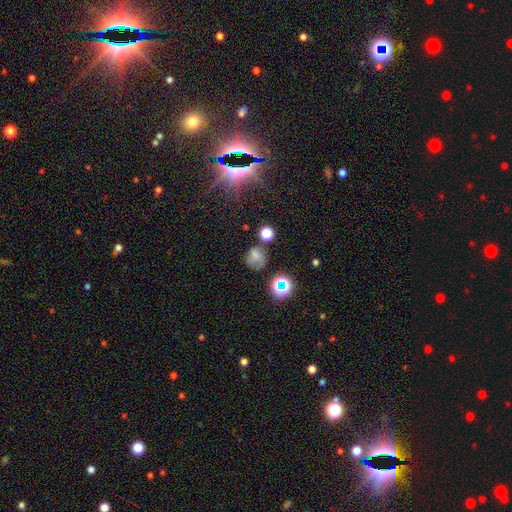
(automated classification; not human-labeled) A smooth galaxy with no disk features (54%) that is round (75%).

Vote fractions:
- Smooth or featured? smooth: 54% / star or artifact: 23% / featured or disk: 22%
- How rounded? round: 75% / in between: 24% / cigar-shaped: 1%
- Merging? none: 53% / minor disturbance: 23% / major disturbance: 15% / merger: 9%